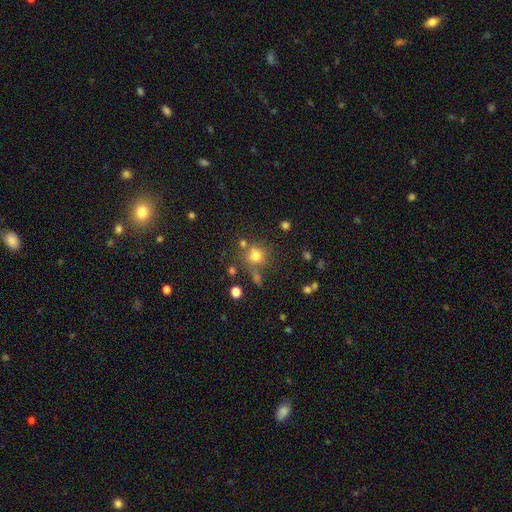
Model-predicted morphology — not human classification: Overall: smooth (72%). How rounded: round (84%). Merging: none (64%).